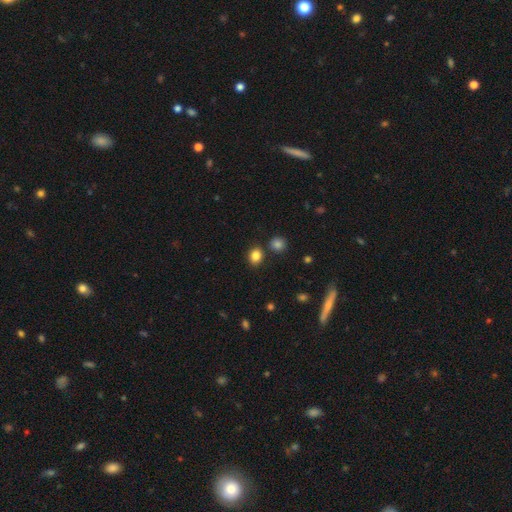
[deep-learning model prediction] Smooth or featured? smooth (84%)
How rounded? round (56%)
Merging? none (81%)